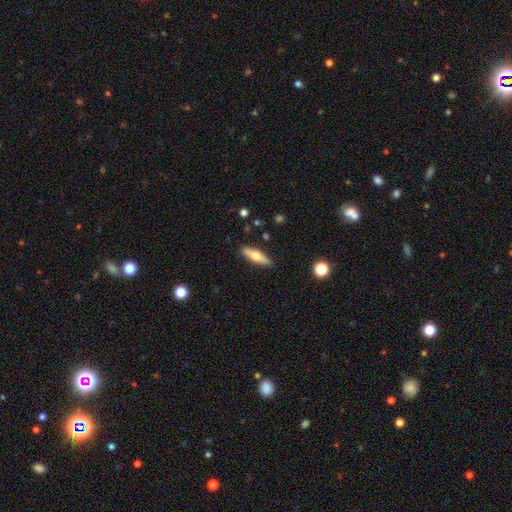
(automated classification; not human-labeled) This appears to be a smooth galaxy with no disk features (60%) that is cigar-shaped (60%). Merging: none (88%).